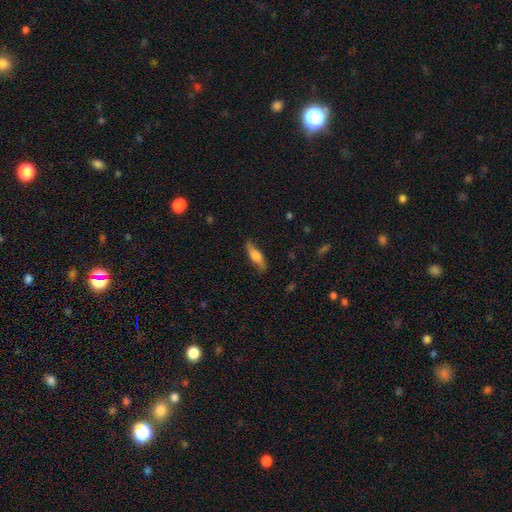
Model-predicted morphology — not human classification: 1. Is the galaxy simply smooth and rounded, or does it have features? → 53% smooth, 40% featured or disk, 7% star or artifact.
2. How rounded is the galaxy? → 50% cigar-shaped, 47% in between, 3% round.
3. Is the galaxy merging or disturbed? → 77% none, 18% minor disturbance, 4% major disturbance, 1% merger.